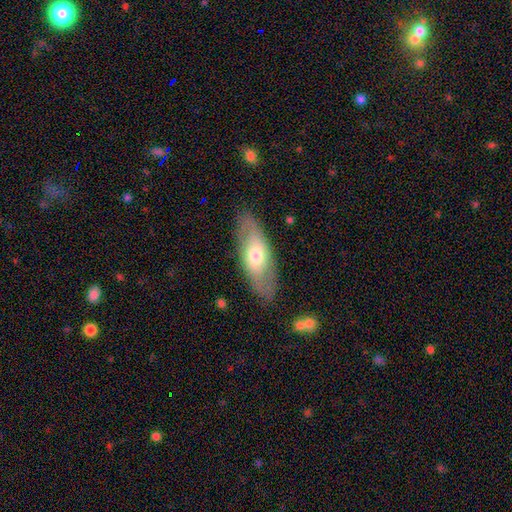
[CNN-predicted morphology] Q: Smooth or featured?
A: smooth (48%); runner-up: featured or disk (46%)
Q: Merging?
A: none (83%); runner-up: minor disturbance (12%)